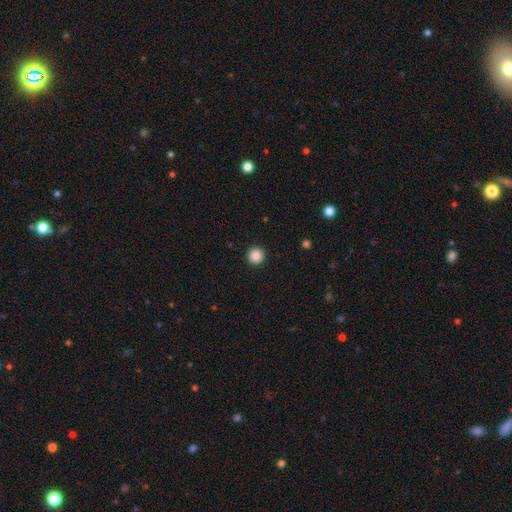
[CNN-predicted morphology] Smooth or featured? smooth (88%)
How rounded? round (96%)
Merging? none (93%)